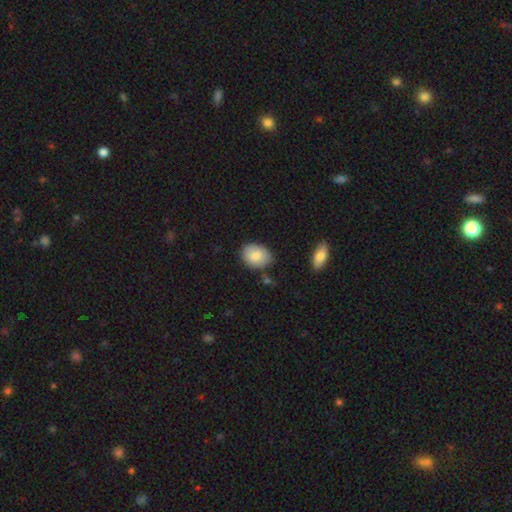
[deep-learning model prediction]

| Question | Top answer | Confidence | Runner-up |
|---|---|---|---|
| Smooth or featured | smooth | 83% | featured or disk (11%) |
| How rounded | in between | 69% | round (30%) |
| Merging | none | 80% | minor disturbance (15%) |